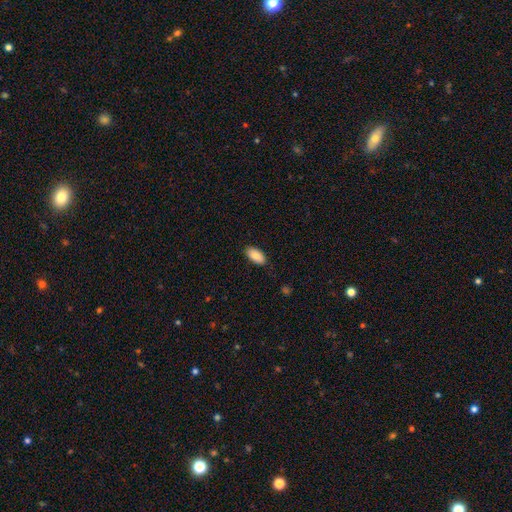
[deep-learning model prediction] This appears to be a smooth galaxy with no disk features (88%) that is in between round and cigar-shaped (92%). Merging: none (86%).